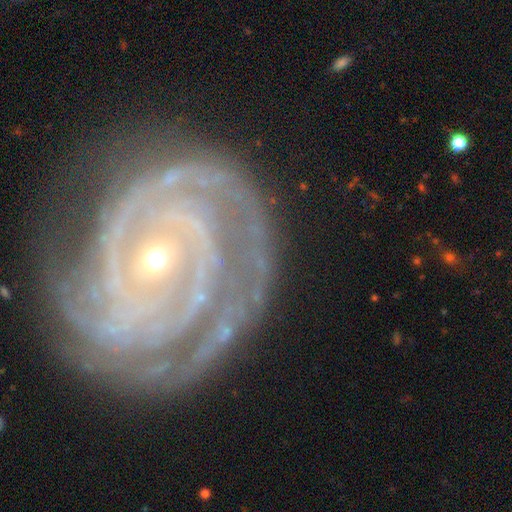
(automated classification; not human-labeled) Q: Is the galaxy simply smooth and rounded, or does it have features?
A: featured or disk — 90%.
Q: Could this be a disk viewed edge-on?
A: no — 97%.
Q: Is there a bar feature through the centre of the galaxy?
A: no — 64%.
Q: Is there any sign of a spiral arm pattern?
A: yes — 98%.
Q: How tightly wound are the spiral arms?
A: tight — 79%.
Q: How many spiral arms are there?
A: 2 — 31%.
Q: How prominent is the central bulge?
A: small — 74%.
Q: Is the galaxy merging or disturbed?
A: none — 74%.